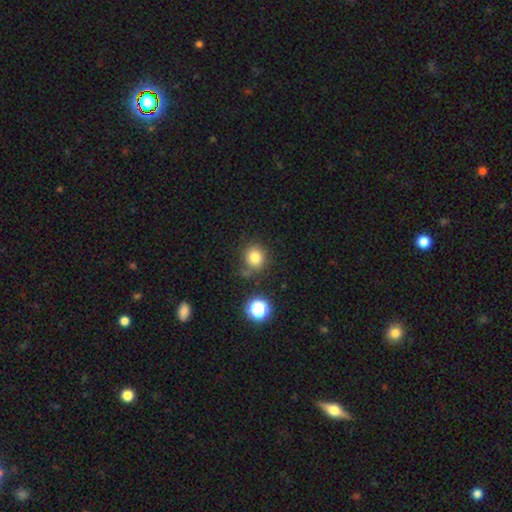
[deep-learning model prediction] smooth-or-featured: smooth: 80% | star or artifact: 14% | featured or disk: 6%
  how-rounded: round: 87% | in between: 12% | cigar-shaped: 1%
  merging: none: 76% | minor disturbance: 12% | merger: 8% | major disturbance: 4%